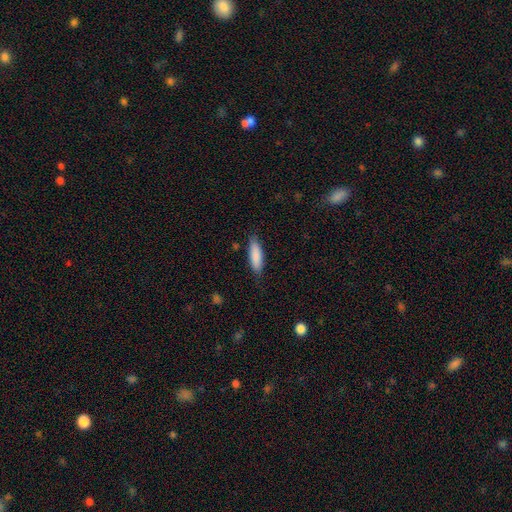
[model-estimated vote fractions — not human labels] This is clearly a smooth galaxy (87%). How rounded: possibly cigar-shaped (52%). Merging: clearly none (81%).